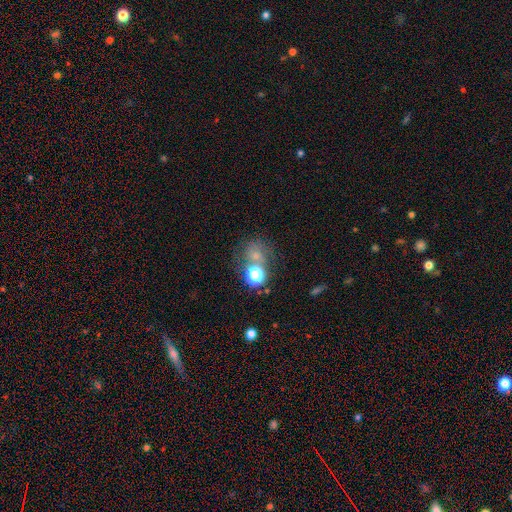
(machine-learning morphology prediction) Smooth or featured: smooth — 58% (star or artifact — 26%)
How rounded: round — 72% (in between — 26%)
Merging: none — 46% (merger — 27%)